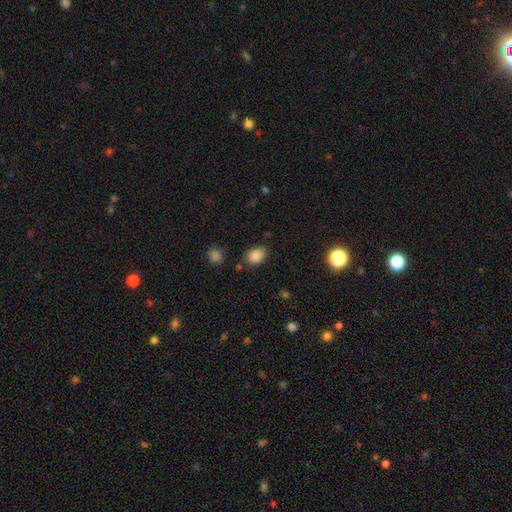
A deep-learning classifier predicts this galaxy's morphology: Smooth or featured? Predicted: smooth (p=0.86). How rounded? Predicted: in between (p=0.80). Merging? Predicted: none (p=0.76).